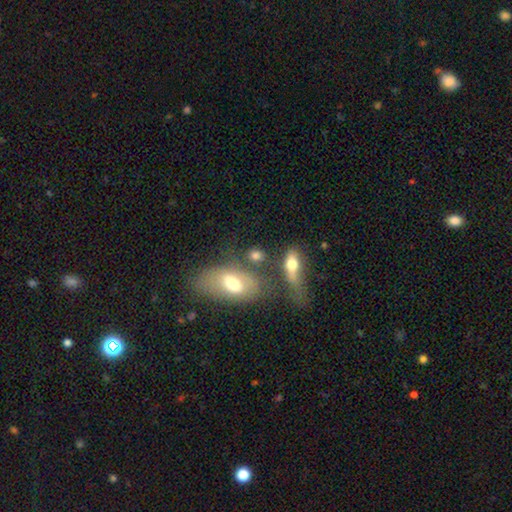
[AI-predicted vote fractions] smooth-or-featured: smooth: 72% | featured or disk: 17% | star or artifact: 10%
  how-rounded: in between: 63% | round: 31% | cigar-shaped: 6%
  merging: none: 52% | merger: 22% | minor disturbance: 16% | major disturbance: 10%